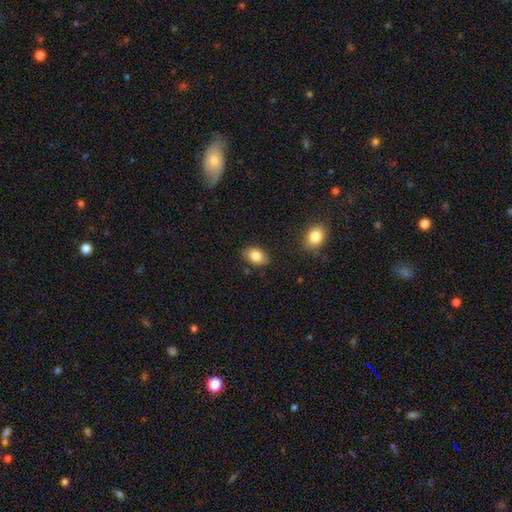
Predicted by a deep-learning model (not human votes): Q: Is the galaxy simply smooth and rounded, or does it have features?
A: smooth — 84%.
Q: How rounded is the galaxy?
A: in between — 83%.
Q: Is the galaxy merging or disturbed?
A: none — 83%.